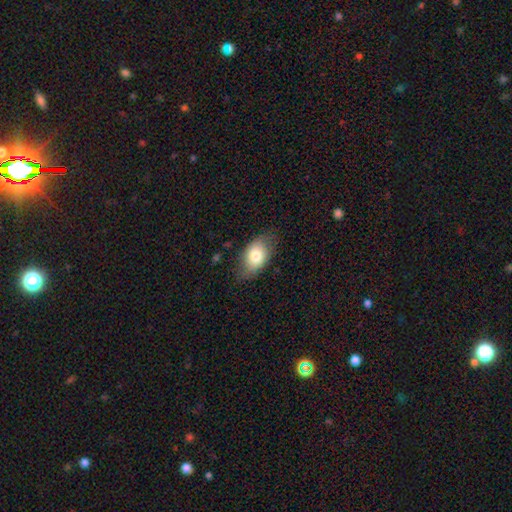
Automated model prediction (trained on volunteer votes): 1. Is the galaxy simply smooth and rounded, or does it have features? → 76% smooth, 17% featured or disk, 7% star or artifact.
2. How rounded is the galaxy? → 88% in between, 10% round, 2% cigar-shaped.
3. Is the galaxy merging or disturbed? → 72% none, 21% minor disturbance, 6% major disturbance, 1% merger.